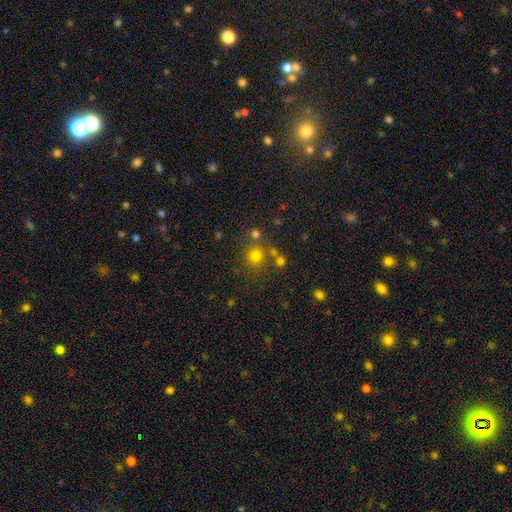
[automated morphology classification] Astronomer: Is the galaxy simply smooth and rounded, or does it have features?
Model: smooth — 74%.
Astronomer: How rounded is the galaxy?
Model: round — 89%.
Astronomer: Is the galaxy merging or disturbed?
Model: none — 71%.